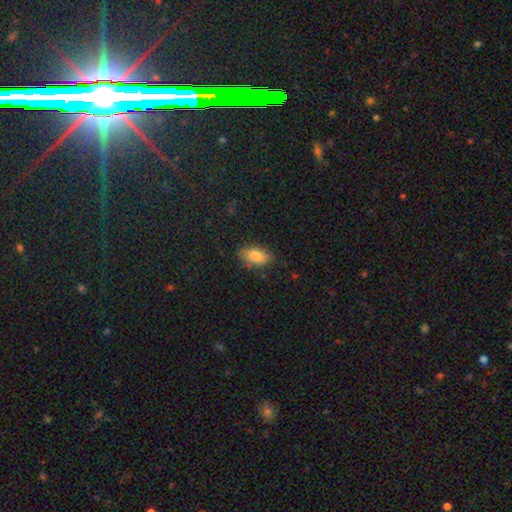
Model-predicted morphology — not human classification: Smooth or featured? smooth (84%)
How rounded? in between (90%)
Merging? none (79%)